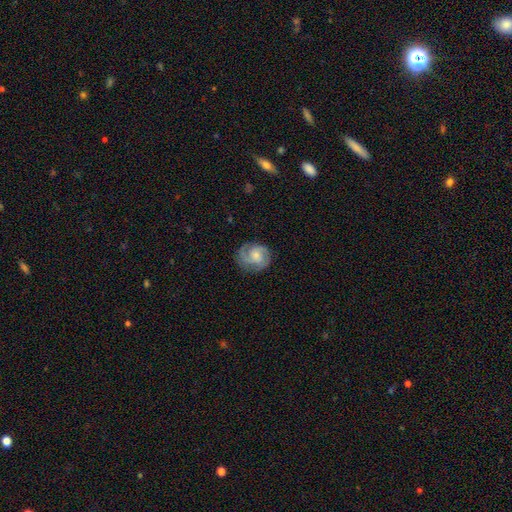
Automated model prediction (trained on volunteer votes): Smooth or featured?
  - featured or disk: 65% *
  - smooth: 28%
  - star or artifact: 7%
Edge-on disk?
  - no: 98% *
  - yes: 2%
Bar?
  - no: 63% *
  - weak: 32%
  - strong: 5%
Spiral arms?
  - yes: 92% *
  - no: 8%
Spiral winding?
  - medium: 44% *
  - tight: 42%
  - loose: 15%
Spiral arm count?
  - 2: 46% *
  - 3: 24%
  - can't tell: 17%
  - 1: 6%
  - 4: 3%
  - more than 4: 3%
Bulge size?
  - moderate: 44% *
  - small: 38%
  - none: 8%
  - large: 8%
  - dominant: 1%
Merging?
  - none: 71% *
  - minor disturbance: 19%
  - major disturbance: 9%
  - merger: 1%